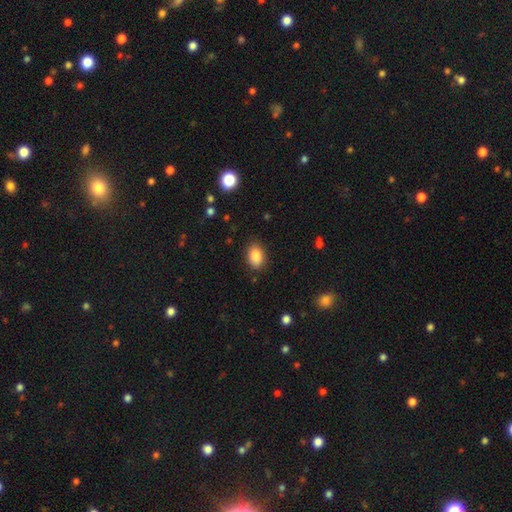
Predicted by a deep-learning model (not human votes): Morphology: type=smooth (87%); roundness=in between (84%); merging=none (85%).